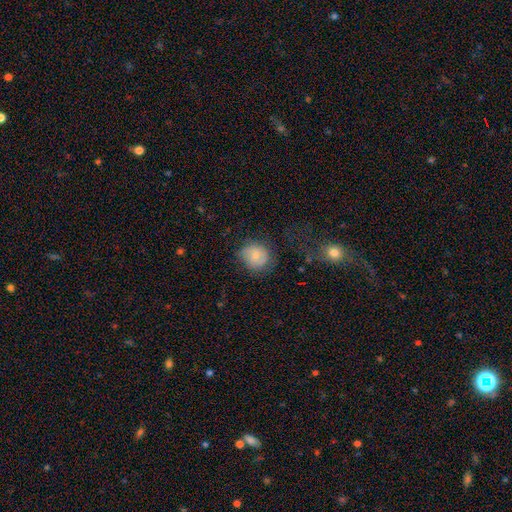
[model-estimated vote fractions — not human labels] smooth 73%, featured or disk 19%, star or artifact 8%. Down the decision tree: how rounded — round (79%); merging — none (62%).